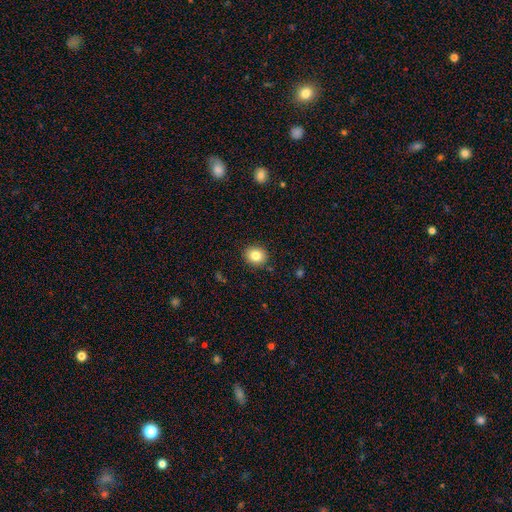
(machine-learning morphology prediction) A smooth galaxy with no disk features (83%) that is round (75%). Merging: none (89%).